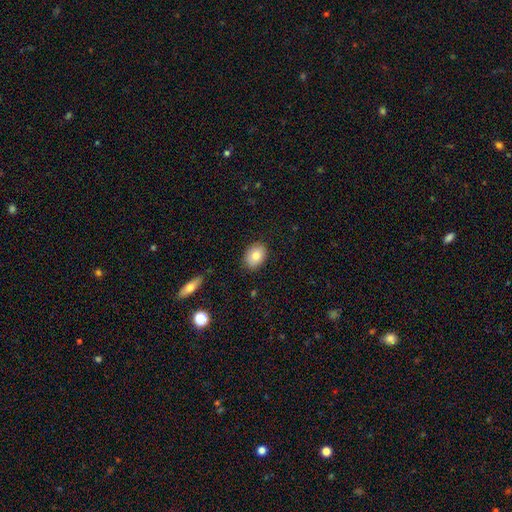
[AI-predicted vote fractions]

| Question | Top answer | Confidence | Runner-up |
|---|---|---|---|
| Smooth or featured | smooth | 80% | featured or disk (12%) |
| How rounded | in between | 71% | round (28%) |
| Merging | none | 87% | minor disturbance (10%) |